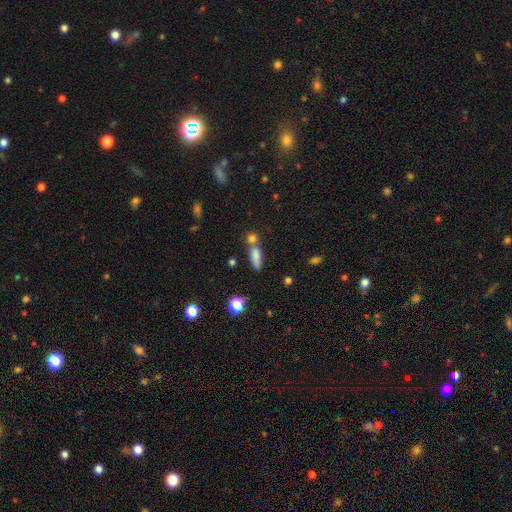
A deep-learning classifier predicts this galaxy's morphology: type=smooth (79%); roundness=in between (58%); merging=none (48%).